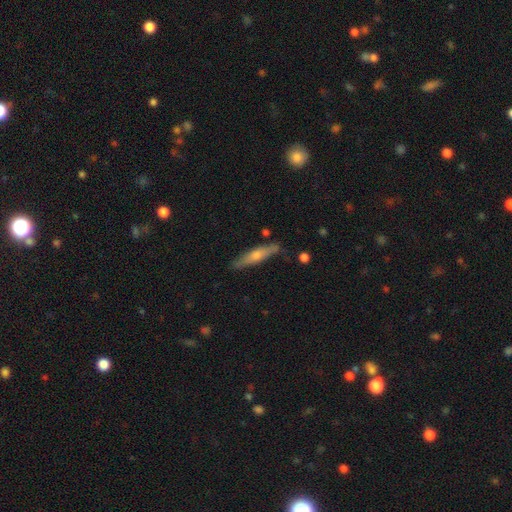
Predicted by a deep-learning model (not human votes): Overall: featured or disk (56%; smooth 35%). Edge-on disk: yes (89%). Edge-on bulge: rounded (81%). Merging: none (83%).